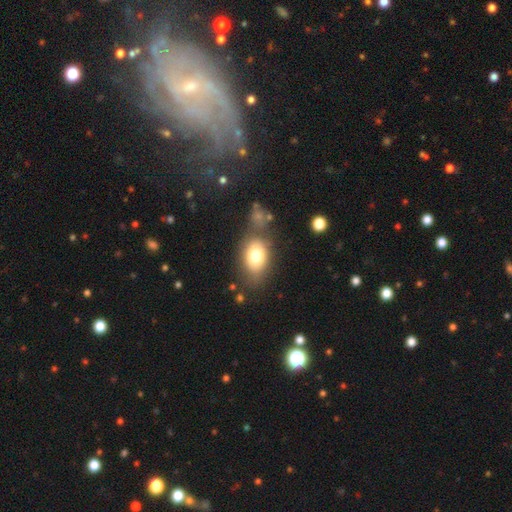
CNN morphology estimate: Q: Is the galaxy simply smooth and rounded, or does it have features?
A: smooth — 75%.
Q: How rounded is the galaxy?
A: in between — 81%.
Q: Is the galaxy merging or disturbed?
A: none — 64%.